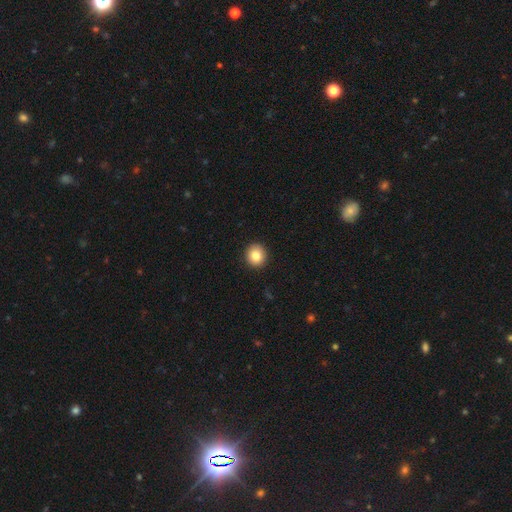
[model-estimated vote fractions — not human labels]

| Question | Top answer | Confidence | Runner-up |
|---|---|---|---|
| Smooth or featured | smooth | 84% | star or artifact (9%) |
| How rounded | round | 89% | in between (10%) |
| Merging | none | 93% | minor disturbance (5%) |